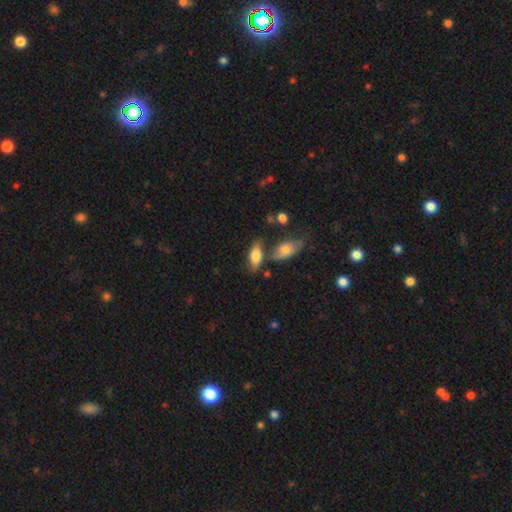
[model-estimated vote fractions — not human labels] The model was most divided on "merging": none: 58%, minor disturbance: 19%, merger: 17%, major disturbance: 6%. More confident: how rounded — in between (82%); smooth or featured — smooth (76%).